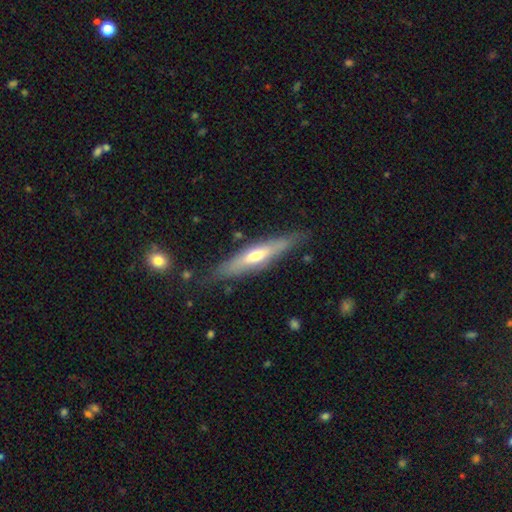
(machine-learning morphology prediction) A featured or disk galaxy (52%) viewed edge-on (84%). Merging: none (81%).